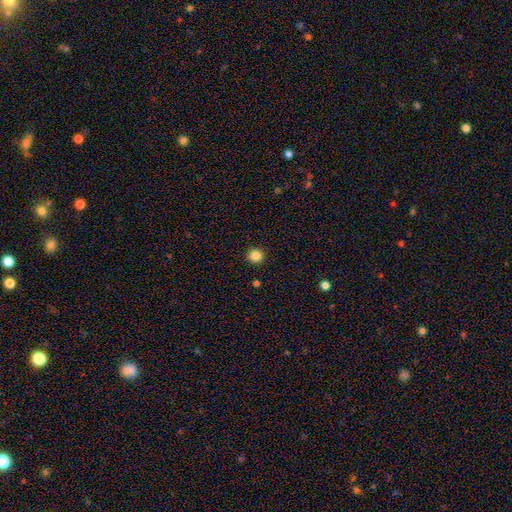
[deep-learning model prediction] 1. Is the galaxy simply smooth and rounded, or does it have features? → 86% smooth, 11% star or artifact, 3% featured or disk.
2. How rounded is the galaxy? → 94% round, 5% in between, 1% cigar-shaped.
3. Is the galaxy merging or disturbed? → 93% none, 4% minor disturbance, 2% major disturbance, 1% merger.